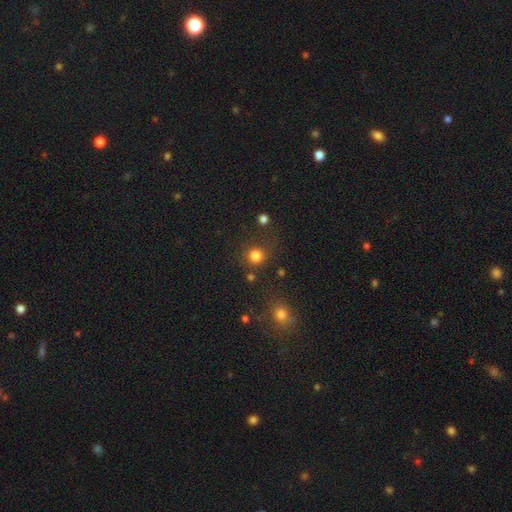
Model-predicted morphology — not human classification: Overall: smooth (82%). How rounded: round (93%). Merging: none (81%).